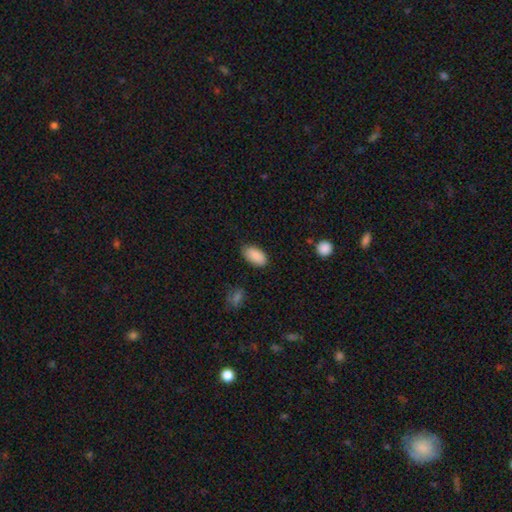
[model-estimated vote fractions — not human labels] Q: Smooth or featured?
A: smooth (89%); runner-up: star or artifact (7%)
Q: How rounded?
A: in between (94%); runner-up: round (3%)
Q: Merging?
A: none (81%); runner-up: minor disturbance (14%)